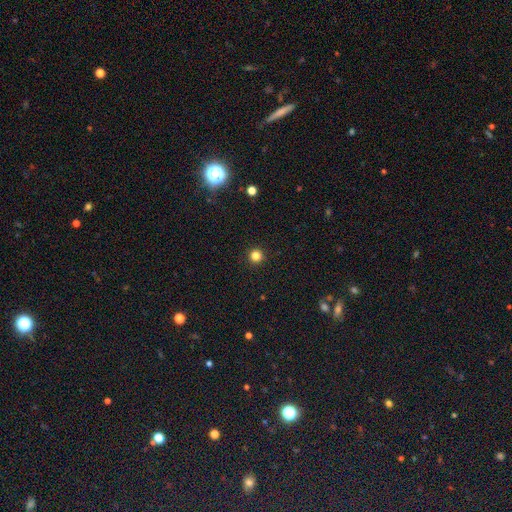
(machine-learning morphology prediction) Q: Smooth or featured?
A: smooth (83%); runner-up: star or artifact (14%)
Q: How rounded?
A: round (96%); runner-up: in between (3%)
Q: Merging?
A: none (93%); runner-up: minor disturbance (4%)